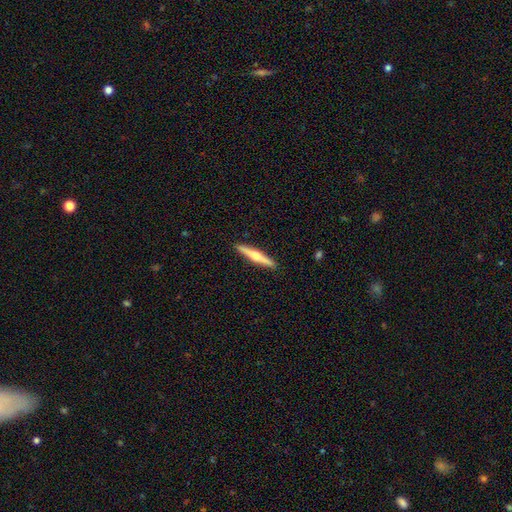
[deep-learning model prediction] This appears to be a featured or disk galaxy (64%) viewed edge-on (98%) with a rounded central bulge (91%). Merging: none (92%).